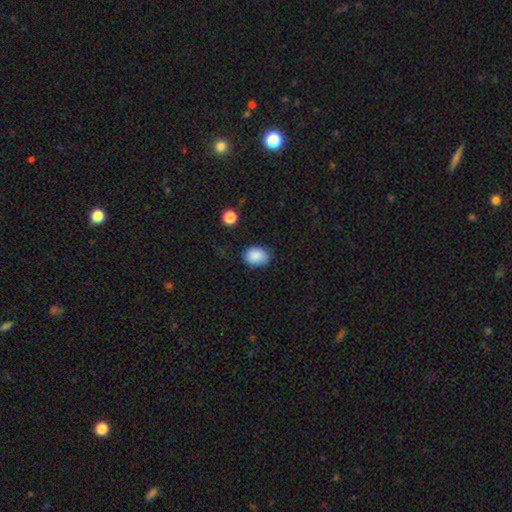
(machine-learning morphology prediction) A smooth galaxy with no disk features (87%) that is in between round and cigar-shaped (70%). Merging: none (75%).